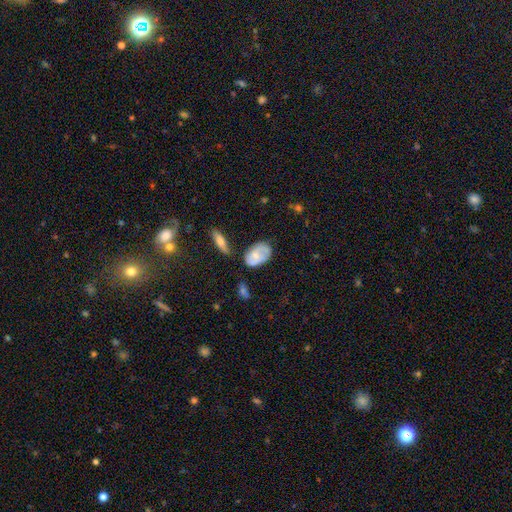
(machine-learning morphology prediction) A smooth galaxy with no disk features (59%) that is in between round and cigar-shaped (90%). Merging: none (51%).